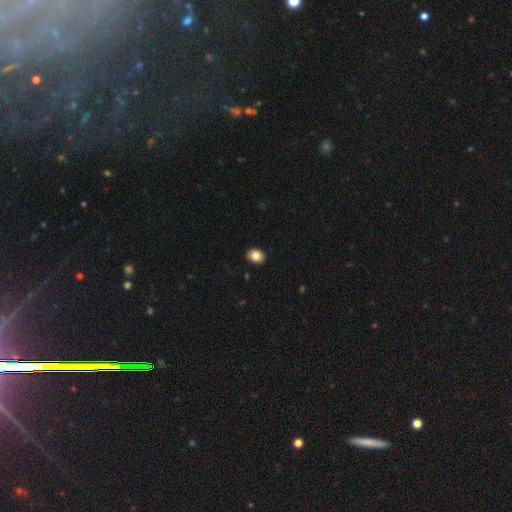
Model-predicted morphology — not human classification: Smooth or featured: smooth — 84% (star or artifact — 9%)
How rounded: in between — 55% (round — 44%)
Merging: none — 90% (minor disturbance — 7%)